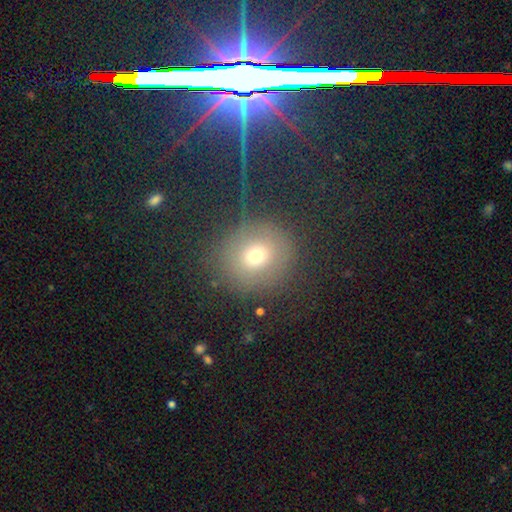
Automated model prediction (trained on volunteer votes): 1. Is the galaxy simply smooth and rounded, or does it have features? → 67% smooth, 21% star or artifact, 12% featured or disk.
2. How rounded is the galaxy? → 88% round, 11% in between, 1% cigar-shaped.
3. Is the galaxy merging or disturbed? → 82% none, 10% minor disturbance, 5% major disturbance, 2% merger.